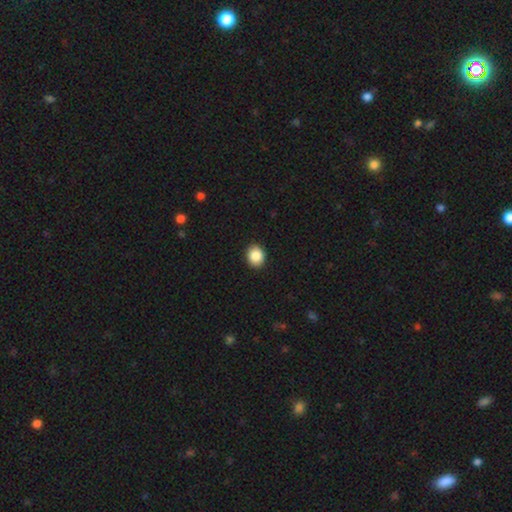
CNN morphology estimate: This is clearly a smooth galaxy (88%). How rounded: likely round (64%). Merging: clearly none (92%).